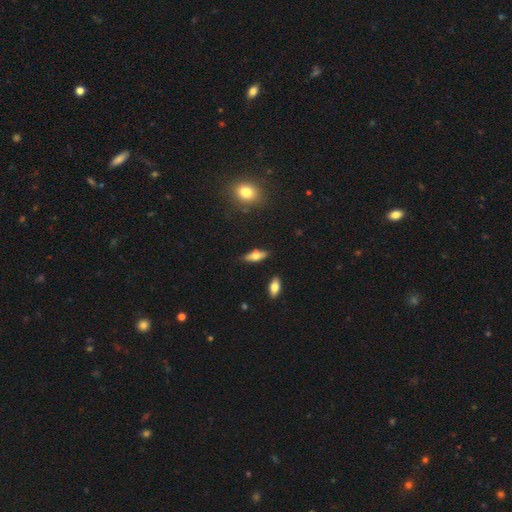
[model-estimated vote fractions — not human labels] A smooth galaxy with no disk features (56%) that is in between round and cigar-shaped (66%). Merging: none (77%).